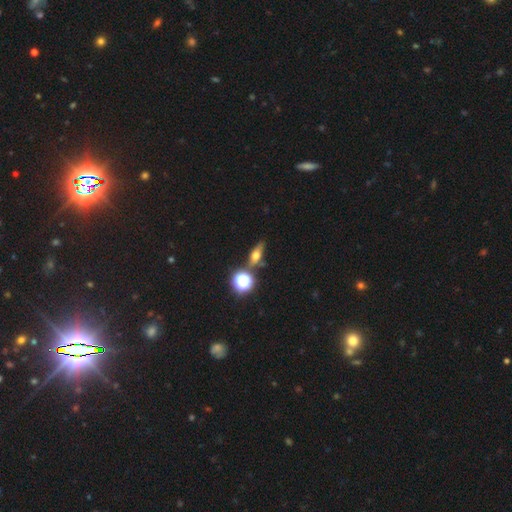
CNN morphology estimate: Q: Smooth or featured?
A: smooth (47%); runner-up: featured or disk (34%)
Q: Merging?
A: none (74%); runner-up: minor disturbance (13%)